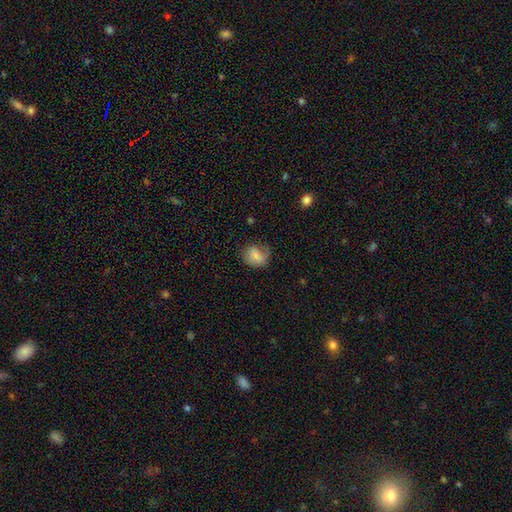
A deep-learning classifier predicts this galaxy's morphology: smooth-or-featured: smooth: 76% | featured or disk: 15% | star or artifact: 9%
  how-rounded: round: 55% | in between: 44% | cigar-shaped: 1%
  merging: none: 56% | minor disturbance: 29% | major disturbance: 14% | merger: 2%